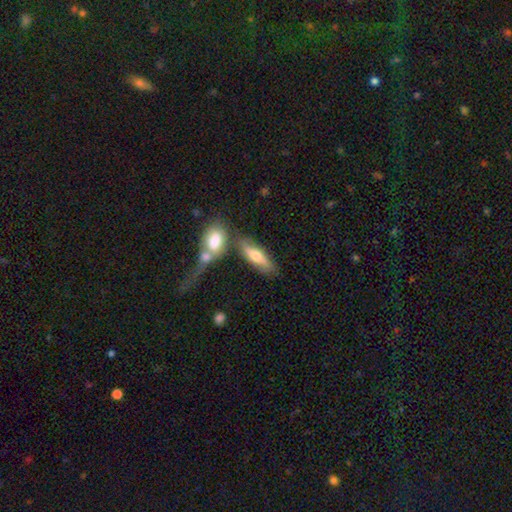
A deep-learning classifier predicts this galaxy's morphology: Smooth or featured: smooth — 58% (featured or disk — 35%)
How rounded: in between — 54% (cigar-shaped — 42%)
Merging: none — 54% (merger — 25%)